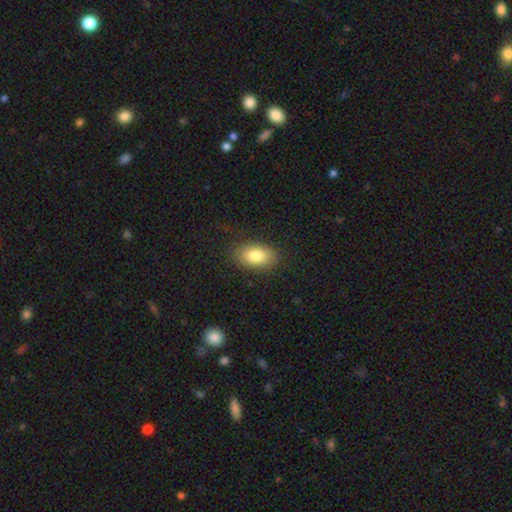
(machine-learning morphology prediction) This appears to be a smooth galaxy with no disk features (84%) that is in between round and cigar-shaped (91%). Merging: none (84%).